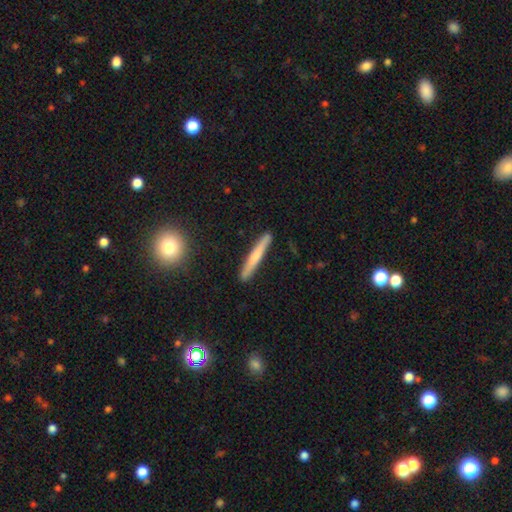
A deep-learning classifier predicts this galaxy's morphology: The model was most divided on "smooth or featured": smooth: 58%, featured or disk: 37%, star or artifact: 6%. More confident: how rounded — cigar-shaped (95%); merging — none (90%).